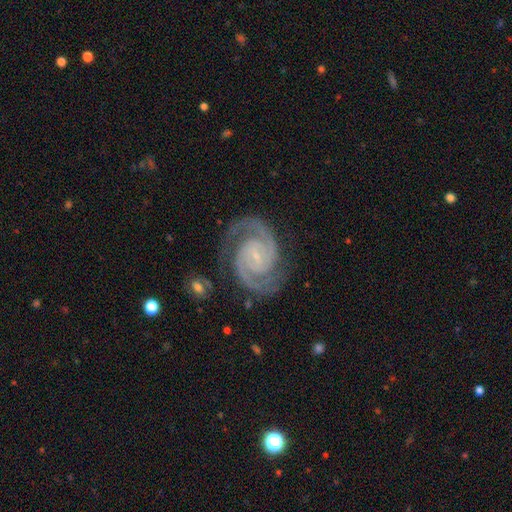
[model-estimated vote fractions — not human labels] This is clearly a featured or disk galaxy (93%). It is clearly not viewed edge-on (98%). Bar: possibly no (47%). Spiral arm pattern: clearly yes (99%). Spiral arm count: clearly 2 (93%). Spiral winding: possibly tight (53%). Central bulge: likely small (75%). Merging: clearly none (83%).